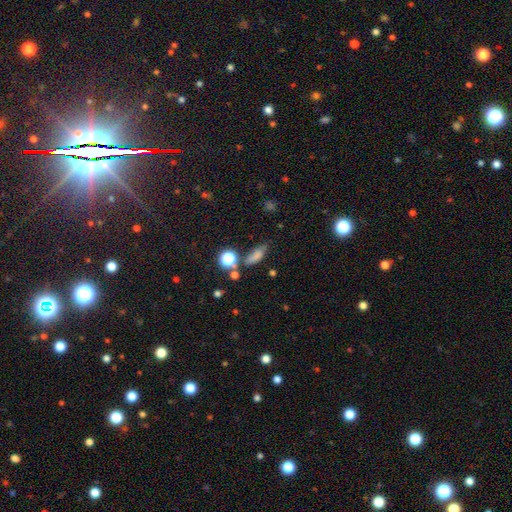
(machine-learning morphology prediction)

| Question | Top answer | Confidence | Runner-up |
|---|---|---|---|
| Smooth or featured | smooth | 72% | star or artifact (17%) |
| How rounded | in between | 62% | cigar-shaped (26%) |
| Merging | none | 61% | minor disturbance (21%) |